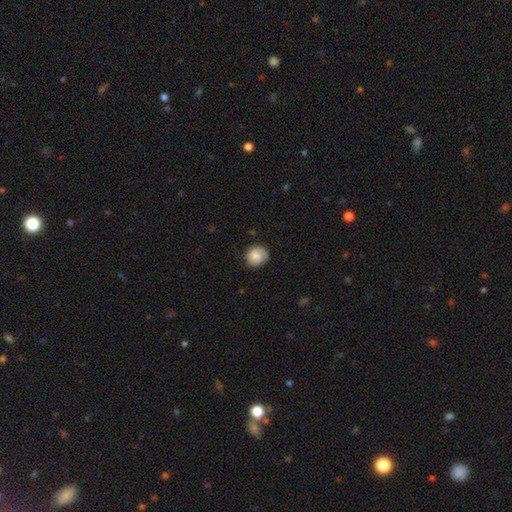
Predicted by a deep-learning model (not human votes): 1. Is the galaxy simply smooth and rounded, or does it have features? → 75% smooth, 18% featured or disk, 7% star or artifact.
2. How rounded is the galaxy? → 81% round, 18% in between, 1% cigar-shaped.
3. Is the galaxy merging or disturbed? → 74% none, 20% minor disturbance, 5% major disturbance, 1% merger.